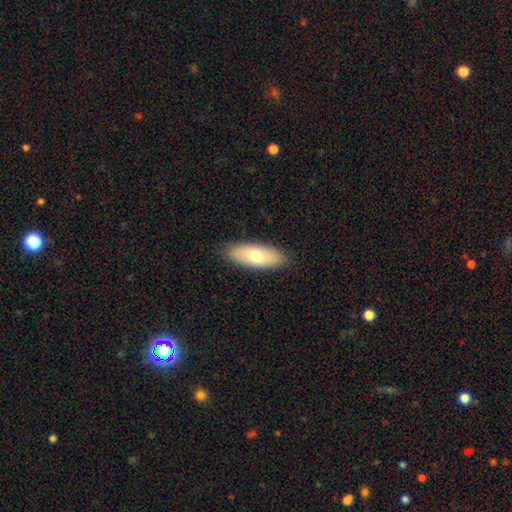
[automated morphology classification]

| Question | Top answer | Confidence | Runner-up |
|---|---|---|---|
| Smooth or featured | smooth | 68% | featured or disk (26%) |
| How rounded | in between | 77% | cigar-shaped (20%) |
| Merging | none | 87% | minor disturbance (10%) |